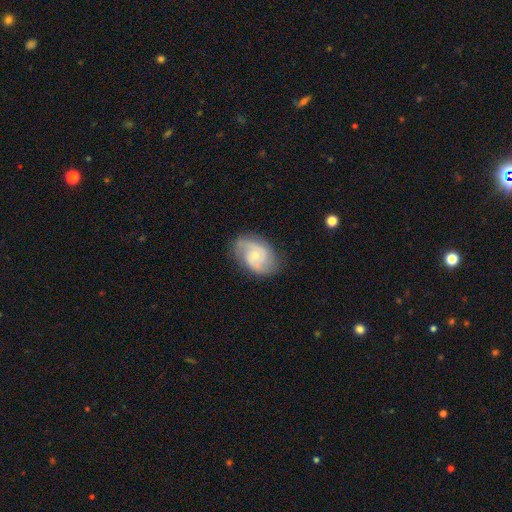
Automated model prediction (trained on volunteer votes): Q: Smooth or featured?
A: featured or disk (76%); runner-up: smooth (18%)
Q: Edge-on disk?
A: no (97%); runner-up: yes (3%)
Q: Bar?
A: no (66%); runner-up: weak (30%)
Q: Spiral arms?
A: yes (94%); runner-up: no (6%)
Q: Spiral winding?
A: medium (48%); runner-up: tight (35%)
Q: Spiral arm count?
A: 2 (66%); runner-up: can't tell (14%)
Q: Bulge size?
A: small (64%); runner-up: moderate (32%)
Q: Merging?
A: none (73%); runner-up: minor disturbance (19%)